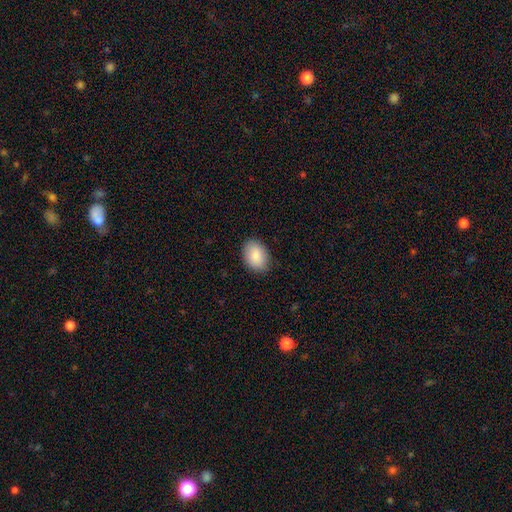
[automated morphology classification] Q: Smooth or featured?
A: smooth (88%); runner-up: star or artifact (6%)
Q: How rounded?
A: in between (81%); runner-up: round (18%)
Q: Merging?
A: none (87%); runner-up: minor disturbance (10%)